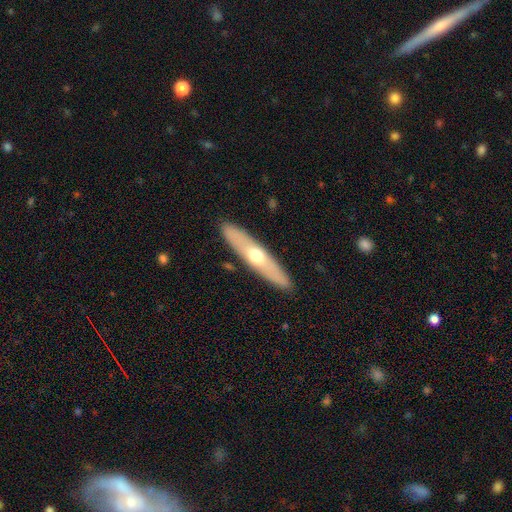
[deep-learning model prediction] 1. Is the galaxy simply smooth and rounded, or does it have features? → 53% featured or disk, 41% smooth, 6% star or artifact.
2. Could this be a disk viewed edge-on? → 73% yes, 27% no.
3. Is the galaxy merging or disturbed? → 90% none, 7% minor disturbance, 2% major disturbance, 1% merger.